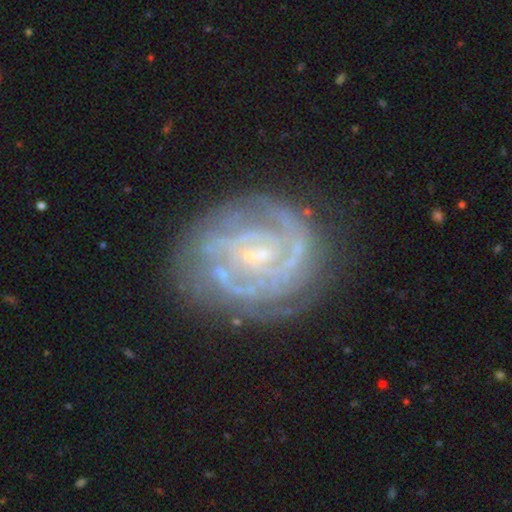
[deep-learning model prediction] This is clearly a featured or disk galaxy (84%). It is clearly not viewed edge-on (97%). Bar: marginally no (44%). Spiral arm pattern: clearly yes (93%). Spiral arm count: marginally can't tell (33%). Spiral winding: likely tight (70%). Central bulge: likely small (76%). Merging: likely none (73%).